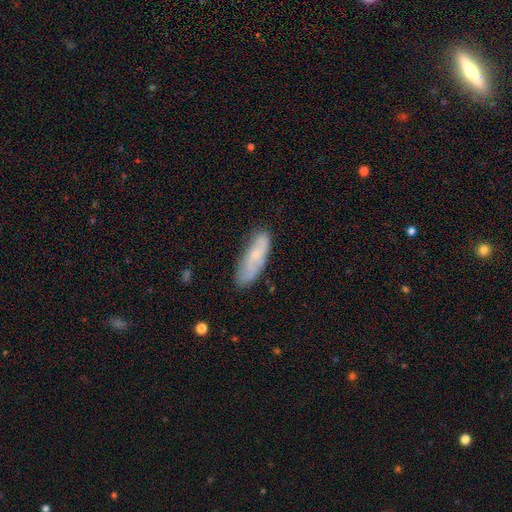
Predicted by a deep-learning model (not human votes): A smooth galaxy with no disk features (54%) that is in between round and cigar-shaped (55%). Merging: none (72%).